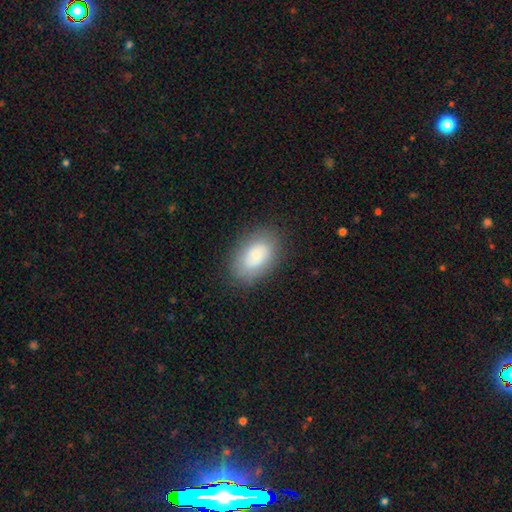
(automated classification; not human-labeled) A smooth galaxy with no disk features (82%) that is in between round and cigar-shaped (91%). Merging: none (80%).